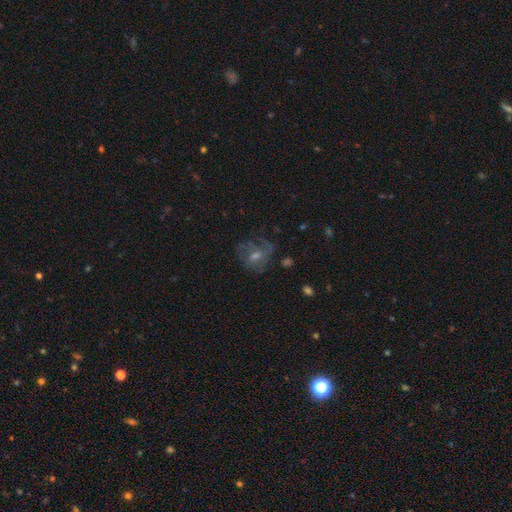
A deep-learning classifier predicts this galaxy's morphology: Smooth or featured?
  - featured or disk: 60% *
  - smooth: 22%
  - star or artifact: 18%
Edge-on disk?
  - no: 97% *
  - yes: 3%
Bar?
  - no: 55% *
  - weak: 37%
  - strong: 8%
Spiral arms?
  - yes: 77% *
  - no: 23%
Bulge size?
  - moderate: 53% *
  - small: 35%
  - none: 6%
  - large: 5%
  - dominant: 1%
Merging?
  - none: 63% *
  - minor disturbance: 18%
  - major disturbance: 17%
  - merger: 2%